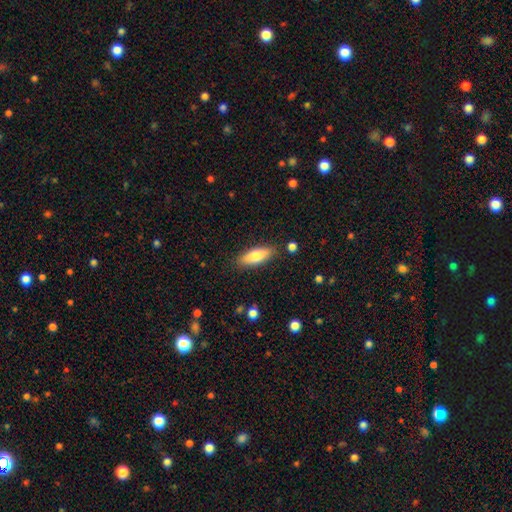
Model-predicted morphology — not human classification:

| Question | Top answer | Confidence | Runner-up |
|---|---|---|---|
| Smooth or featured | smooth | 72% | featured or disk (22%) |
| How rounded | in between | 61% | cigar-shaped (37%) |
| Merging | none | 85% | minor disturbance (10%) |